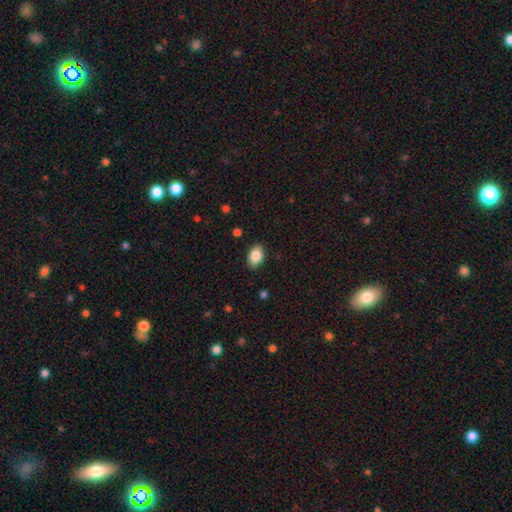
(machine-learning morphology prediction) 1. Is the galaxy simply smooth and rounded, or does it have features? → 86% smooth, 8% star or artifact, 6% featured or disk.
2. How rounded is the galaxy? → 86% in between, 13% round, 1% cigar-shaped.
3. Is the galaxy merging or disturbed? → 87% none, 10% minor disturbance, 2% major disturbance, 1% merger.